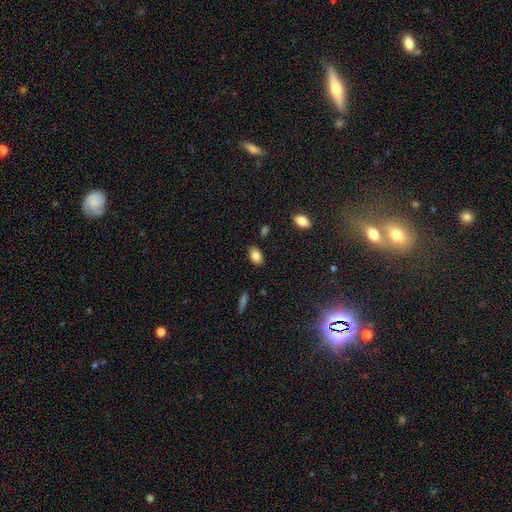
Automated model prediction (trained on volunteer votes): Q: Smooth or featured?
A: smooth (82%); runner-up: featured or disk (10%)
Q: How rounded?
A: in between (88%); runner-up: round (10%)
Q: Merging?
A: none (86%); runner-up: minor disturbance (10%)